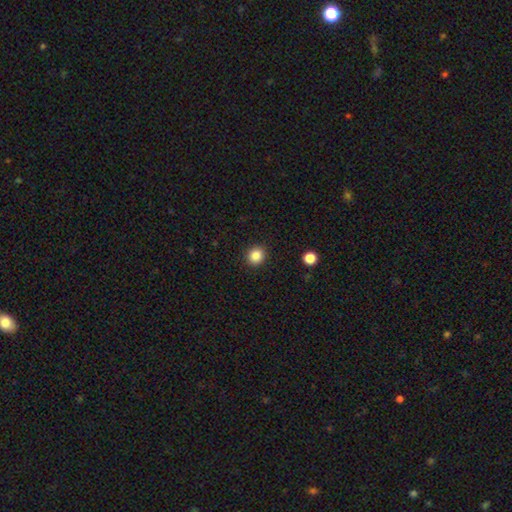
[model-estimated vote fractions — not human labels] smooth 86%, star or artifact 11%, featured or disk 4%. Down the decision tree: how rounded — round (87%); merging — none (92%).